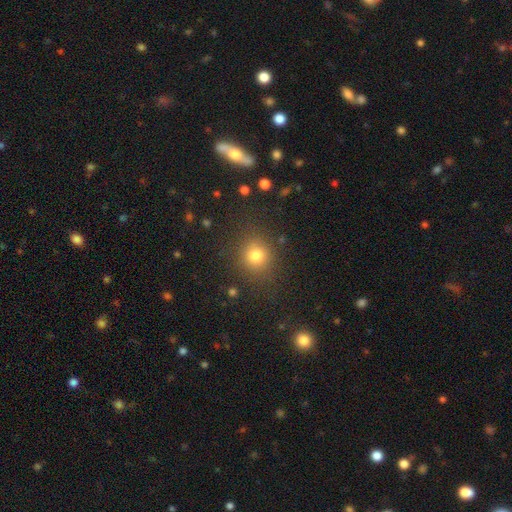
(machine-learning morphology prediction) smooth 79%, star or artifact 15%, featured or disk 7%. Down the decision tree: how rounded — round (86%); merging — none (84%).